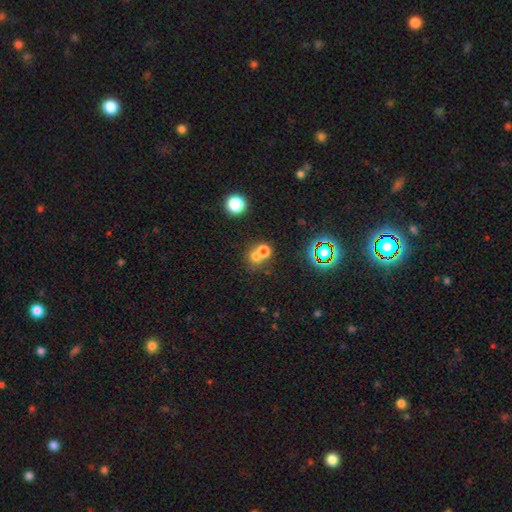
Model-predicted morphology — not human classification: A smooth galaxy with no disk features (67%) that is round (80%).

Vote fractions:
- Smooth or featured? smooth: 67% / star or artifact: 19% / featured or disk: 14%
- How rounded? round: 80% / in between: 19% / cigar-shaped: 1%
- Merging? merger: 51% / none: 40% / minor disturbance: 6% / major disturbance: 3%